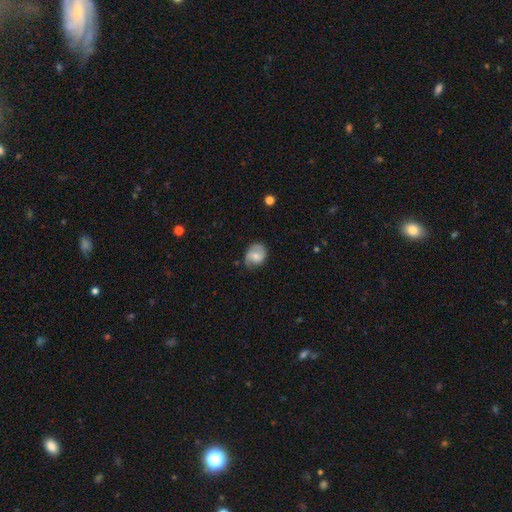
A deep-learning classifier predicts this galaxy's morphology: Smooth or featured?
  - featured or disk: 58% *
  - smooth: 35%
  - star or artifact: 7%
Edge-on disk?
  - no: 97% *
  - yes: 3%
Bar?
  - no: 54% *
  - weak: 39%
  - strong: 7%
Spiral arms?
  - yes: 91% *
  - no: 9%
Spiral winding?
  - medium: 45% *
  - tight: 28%
  - loose: 26%
Spiral arm count?
  - 2: 76% *
  - 1: 11%
  - can't tell: 9%
  - 3: 2%
  - 4: 1%
  - more than 4: 1%
Bulge size?
  - moderate: 46% *
  - small: 42%
  - none: 7%
  - large: 4%
  - dominant: 1%
Merging?
  - none: 66% *
  - minor disturbance: 25%
  - major disturbance: 8%
  - merger: 1%